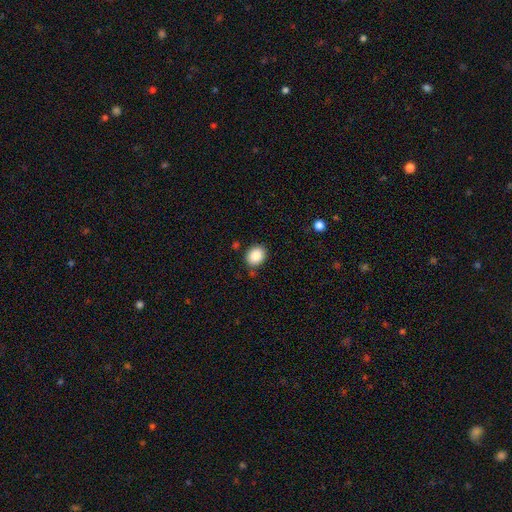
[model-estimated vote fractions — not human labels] Smooth or featured? smooth (87%)
How rounded? round (52%)
Merging? none (83%)